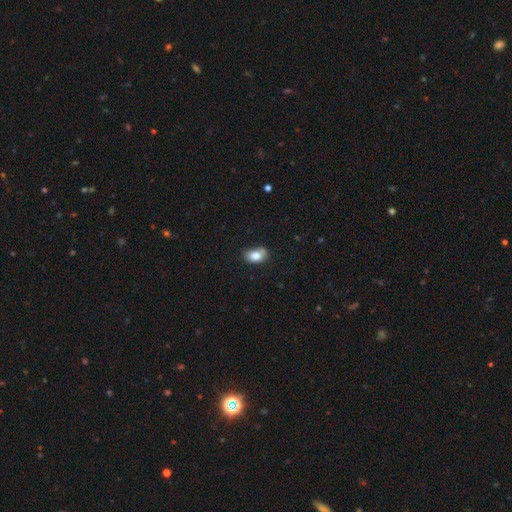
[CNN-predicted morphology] Overall: smooth (81%). How rounded: in between (82%). Merging: none (56%; minor disturbance 28%).